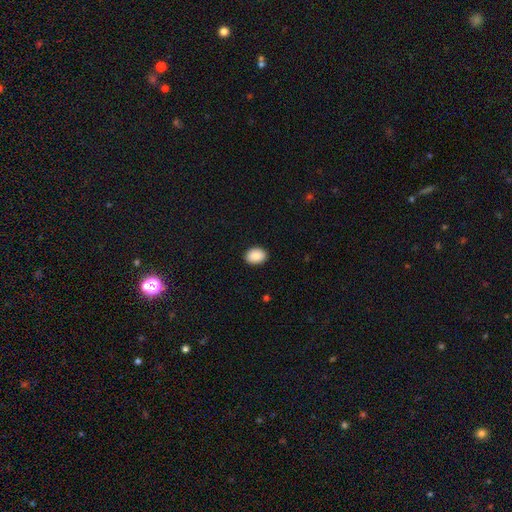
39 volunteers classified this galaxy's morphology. This appears to be a smooth galaxy with no disk features (95%) that is in between round and cigar-shaped (73%). Merging: none (95%).